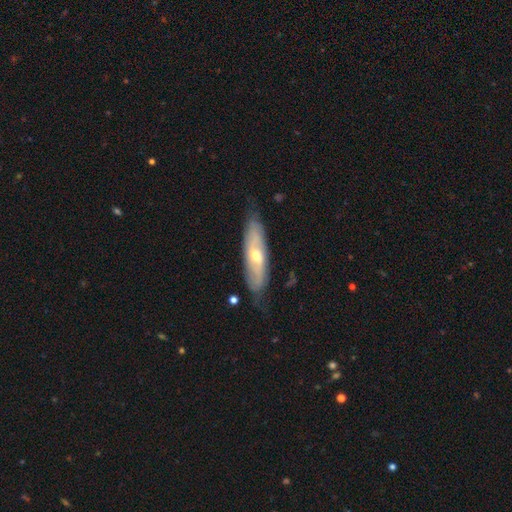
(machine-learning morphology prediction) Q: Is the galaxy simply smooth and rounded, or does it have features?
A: featured or disk — 60%.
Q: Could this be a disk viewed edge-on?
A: no — 60%.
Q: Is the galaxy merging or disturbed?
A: none — 75%.